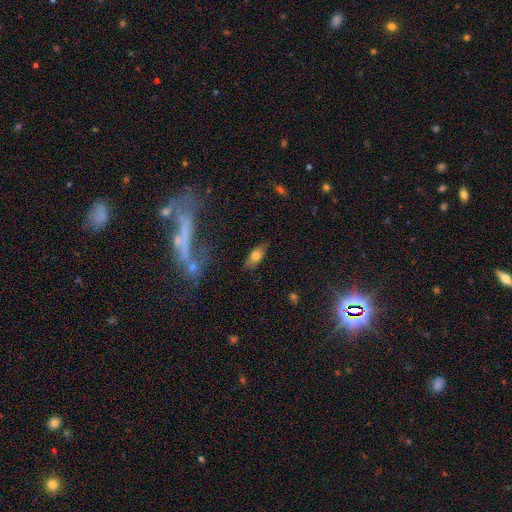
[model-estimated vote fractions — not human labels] Overall: smooth (67%). How rounded: in between (76%). Merging: none (79%).